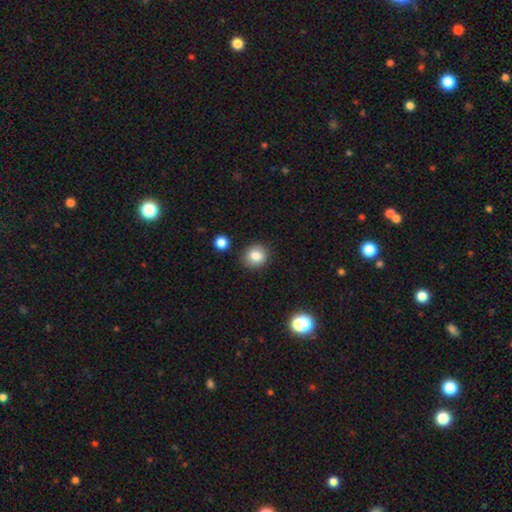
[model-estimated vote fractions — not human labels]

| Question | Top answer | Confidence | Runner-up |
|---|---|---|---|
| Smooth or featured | smooth | 83% | star or artifact (10%) |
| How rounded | round | 85% | in between (14%) |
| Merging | none | 88% | minor disturbance (8%) |